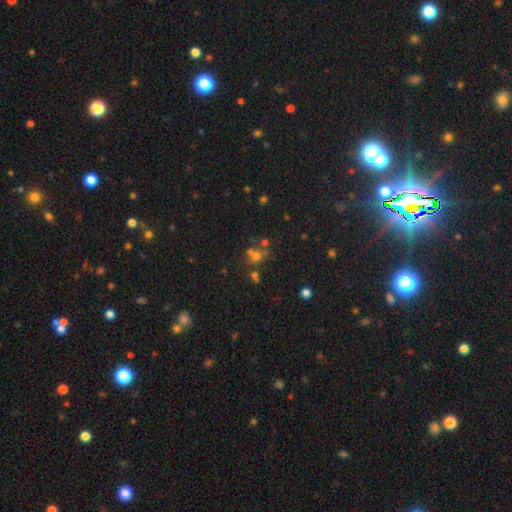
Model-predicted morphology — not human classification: A smooth galaxy with no disk features (53%) that is round (79%). Merging: none (50%).